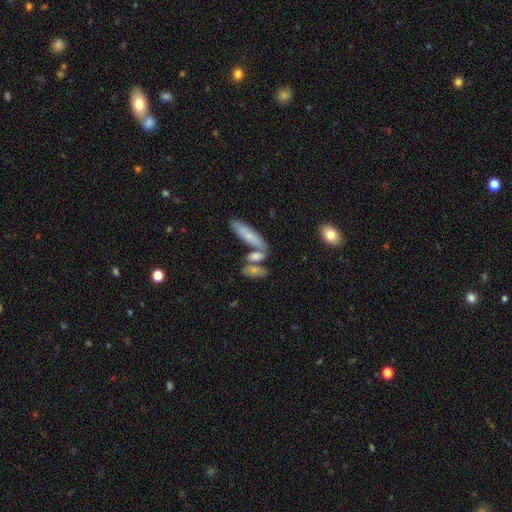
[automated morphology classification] This is possibly a smooth galaxy (53%). How rounded: possibly cigar-shaped (53%). Merging: possibly none (50%).